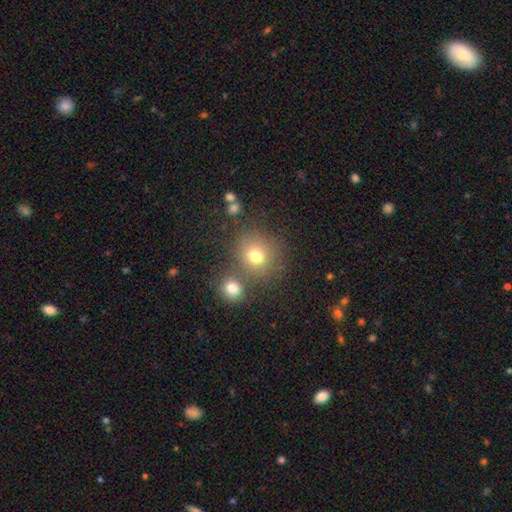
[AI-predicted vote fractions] A smooth galaxy with no disk features (74%) that is round (85%).

Vote fractions:
- Smooth or featured? smooth: 74% / star or artifact: 16% / featured or disk: 10%
- How rounded? round: 85% / in between: 14% / cigar-shaped: 1%
- Merging? none: 61% / merger: 25% / minor disturbance: 9% / major disturbance: 4%